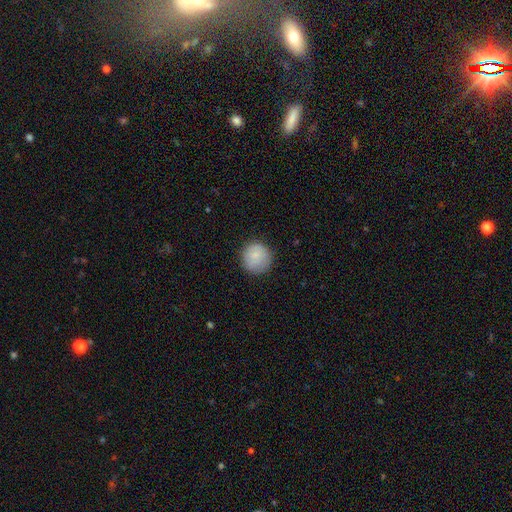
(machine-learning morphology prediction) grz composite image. It shows a smooth galaxy with no disk features (84%) that is round (94%). Merging: none (83%).